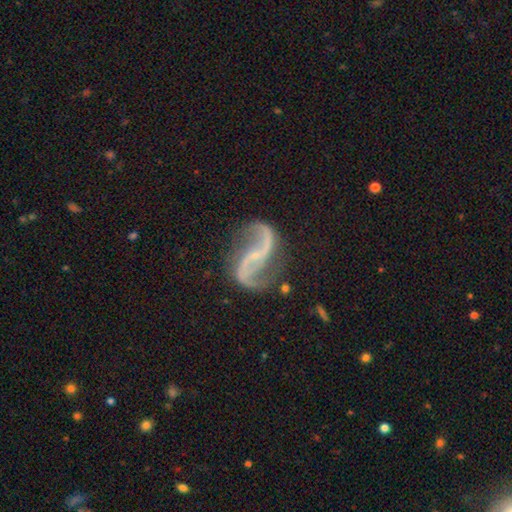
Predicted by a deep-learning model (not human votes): This is clearly a featured or disk galaxy (92%). It is clearly not viewed edge-on (98%). Bar: marginally weak (36%, tied with no). Spiral arm pattern: clearly yes (97%). Spiral arm count: clearly 2 (94%). Spiral winding: likely loose (74%). Central bulge: likely small (67%). Merging: likely none (74%).